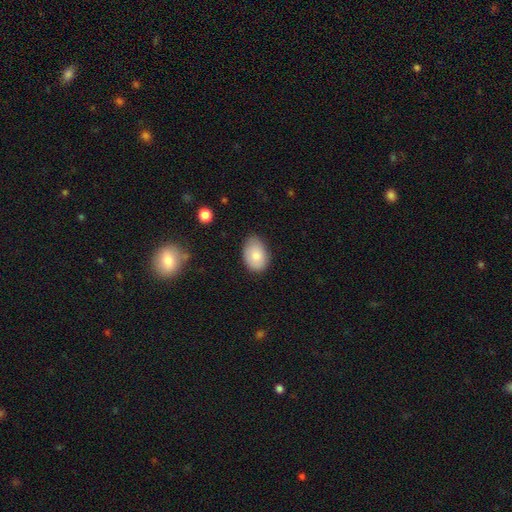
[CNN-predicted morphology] A smooth galaxy with no disk features (83%) that is in between round and cigar-shaped (86%).

Vote fractions:
- Smooth or featured? smooth: 83% / featured or disk: 10% / star or artifact: 7%
- How rounded? in between: 86% / round: 13% / cigar-shaped: 1%
- Merging? none: 72% / minor disturbance: 23% / major disturbance: 4% / merger: 1%